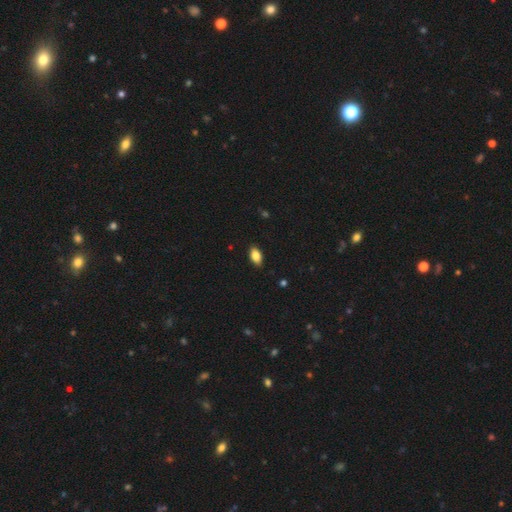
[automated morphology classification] Smooth or featured? Predicted: smooth (p=0.85). How rounded? Predicted: in between (p=0.92). Merging? Predicted: none (p=0.88).